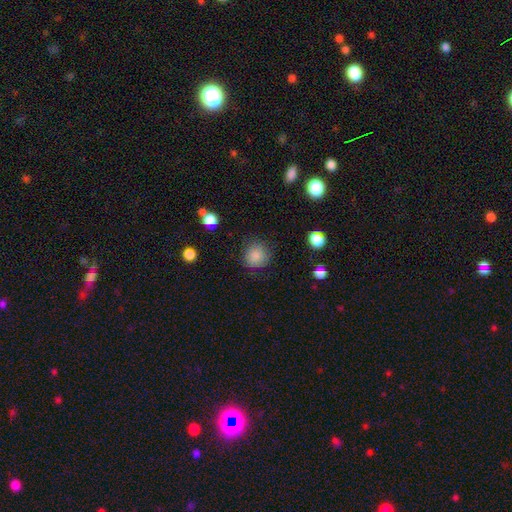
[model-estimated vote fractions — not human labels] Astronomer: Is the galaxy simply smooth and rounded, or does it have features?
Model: smooth — 85%.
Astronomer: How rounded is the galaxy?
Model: round — 89%.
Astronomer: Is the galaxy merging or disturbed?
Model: none — 82%.